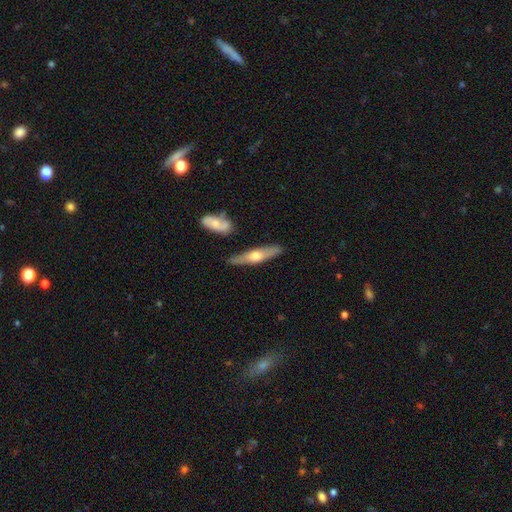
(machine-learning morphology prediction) Smooth or featured?
  - featured or disk: 53% *
  - smooth: 42%
  - star or artifact: 5%
Edge-on disk?
  - yes: 90% *
  - no: 10%
Merging?
  - none: 84% *
  - minor disturbance: 10%
  - merger: 4%
  - major disturbance: 2%